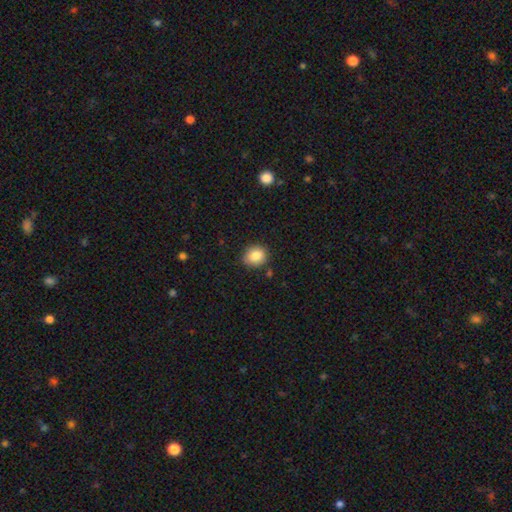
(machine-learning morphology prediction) This is clearly a smooth galaxy (84%). How rounded: likely round (78%). Merging: clearly none (85%).